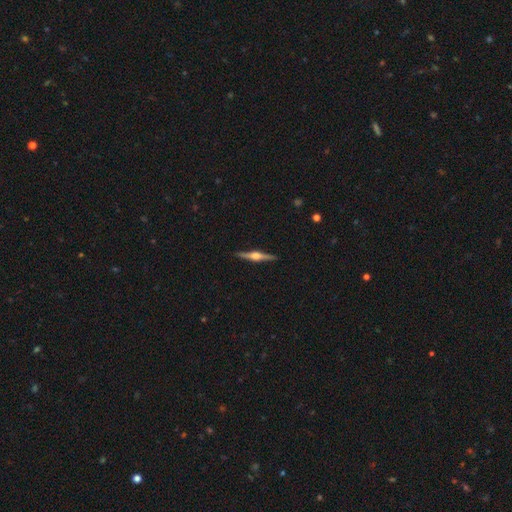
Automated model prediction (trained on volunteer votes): Smooth or featured? featured or disk (80%)
Edge-on disk? yes (98%)
Edge-on bulge? rounded (89%)
Merging? none (91%)